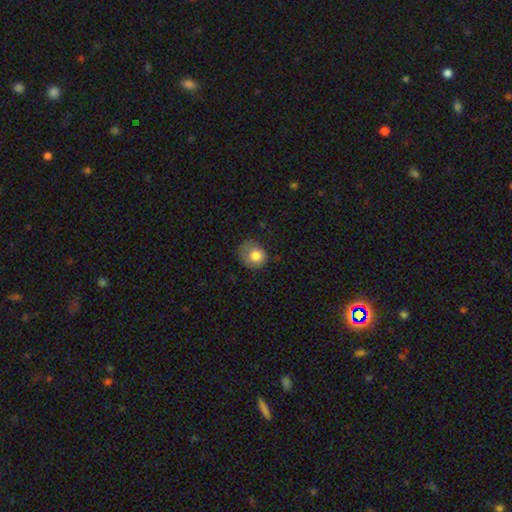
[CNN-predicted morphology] Q: Smooth or featured?
A: smooth (77%); runner-up: featured or disk (14%)
Q: How rounded?
A: round (68%); runner-up: in between (31%)
Q: Merging?
A: none (53%); runner-up: minor disturbance (30%)